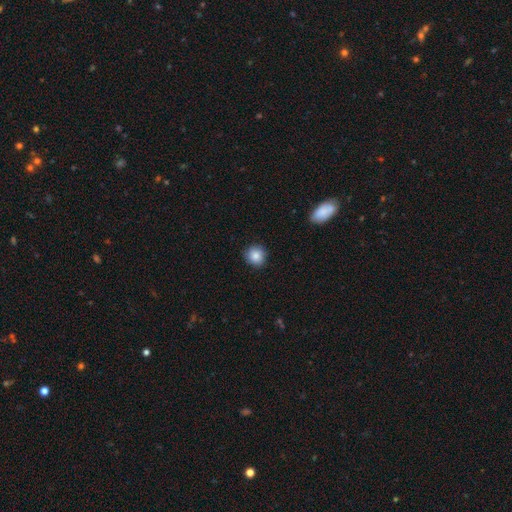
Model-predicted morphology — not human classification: Overall: smooth (85%). How rounded: round (90%). Merging: none (86%).